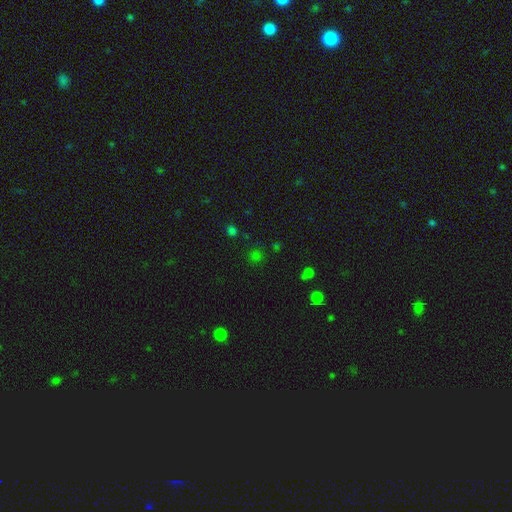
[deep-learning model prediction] smooth_or_featured: smooth (p=0.61) [alt: star or artifact p=0.34]
how_rounded: round (p=0.87) [alt: in between p=0.12]
merging: none (p=0.79) [alt: minor disturbance p=0.12]